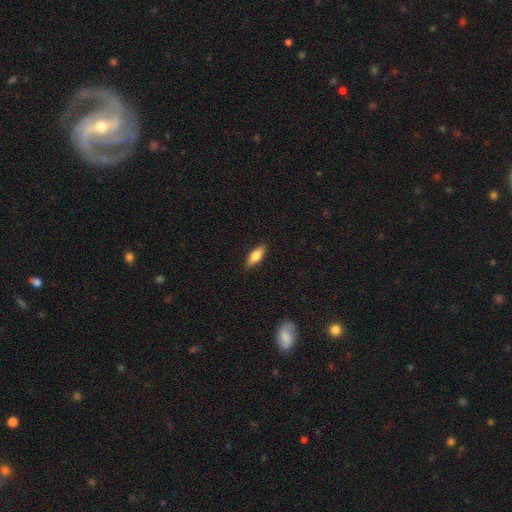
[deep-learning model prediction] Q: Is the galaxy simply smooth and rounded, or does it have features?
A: smooth — 76%.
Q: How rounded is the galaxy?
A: in between — 68%.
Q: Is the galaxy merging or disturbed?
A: none — 87%.